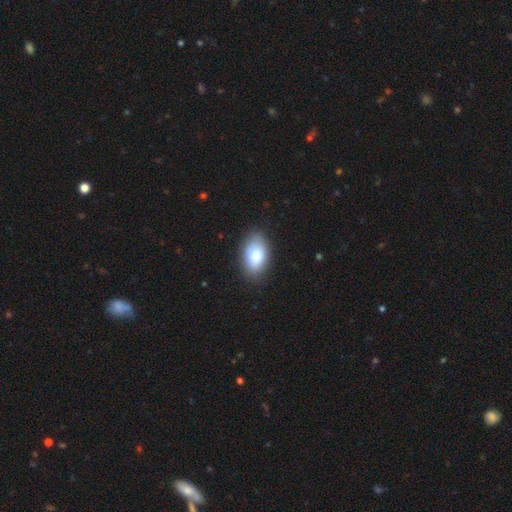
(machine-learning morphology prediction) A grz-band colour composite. It shows a smooth galaxy with no disk features (85%) that is in between round and cigar-shaped (93%). Merging: none (83%).